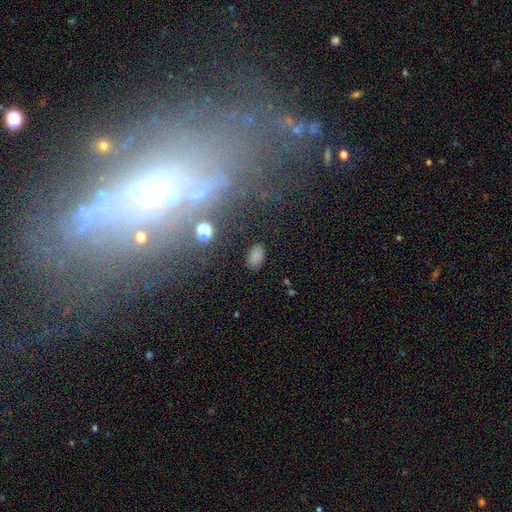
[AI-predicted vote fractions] This is likely a smooth galaxy (77%). How rounded: clearly in between (91%). Merging: clearly none (83%).